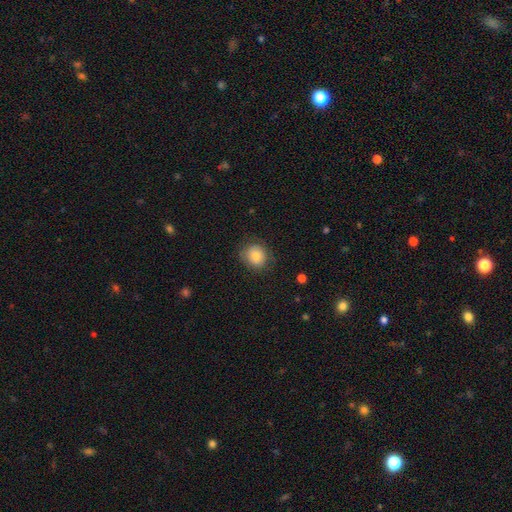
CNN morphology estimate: This appears to be a smooth galaxy with no disk features (79%) that is round (81%). Merging: none (78%).